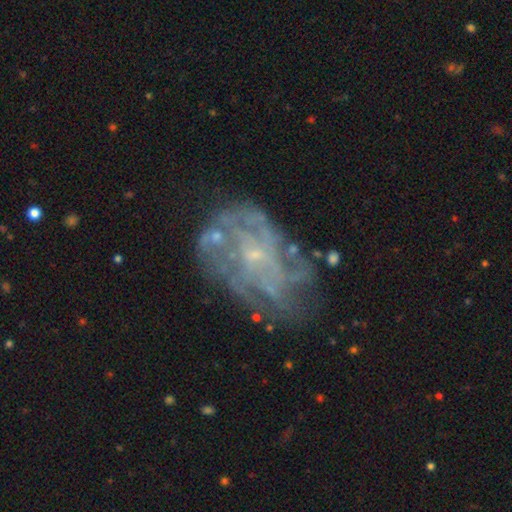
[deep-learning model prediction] Overall: featured or disk (78%). Edge-on disk: no (97%). Bar: no (74%). Spiral arms: yes (72%). Spiral arm count: can't tell (47%; 4 17%). Spiral winding: tight (45%; medium 34%). Bulge size: small (76%). Merging: none (56%; minor disturbance 21%).